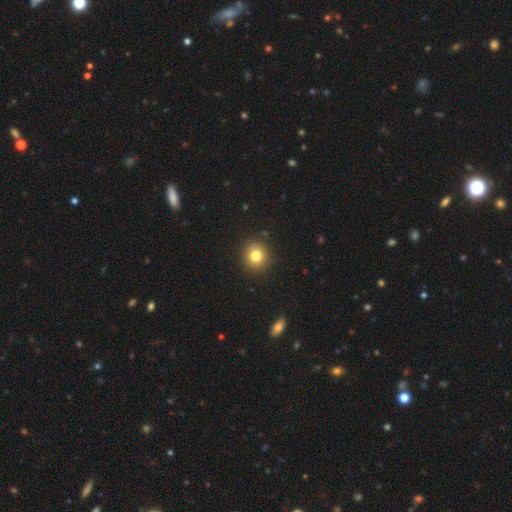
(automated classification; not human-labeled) smooth-or-featured: smooth: 80% | star or artifact: 12% | featured or disk: 9%
  how-rounded: round: 90% | in between: 9% | cigar-shaped: 1%
  merging: none: 89% | minor disturbance: 7% | major disturbance: 2% | merger: 1%